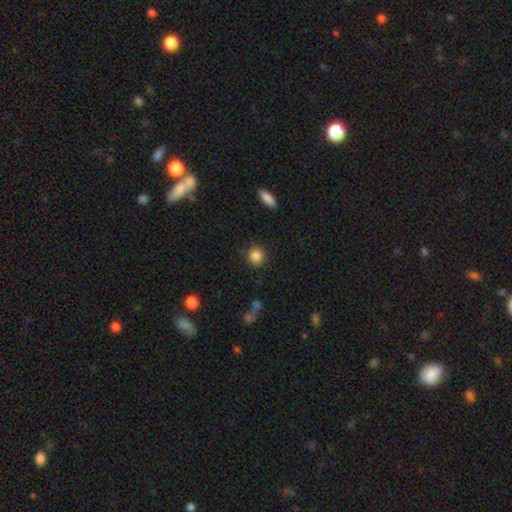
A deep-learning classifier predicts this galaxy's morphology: Smooth or featured? Predicted: smooth (p=0.87). How rounded? Predicted: round (p=0.88). Merging? Predicted: none (p=0.87).